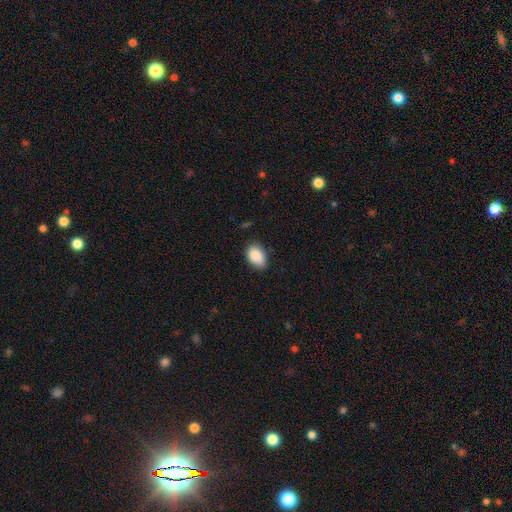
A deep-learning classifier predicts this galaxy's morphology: Q: Smooth or featured?
A: smooth (89%); runner-up: star or artifact (7%)
Q: How rounded?
A: in between (87%); runner-up: round (11%)
Q: Merging?
A: none (76%); runner-up: minor disturbance (20%)